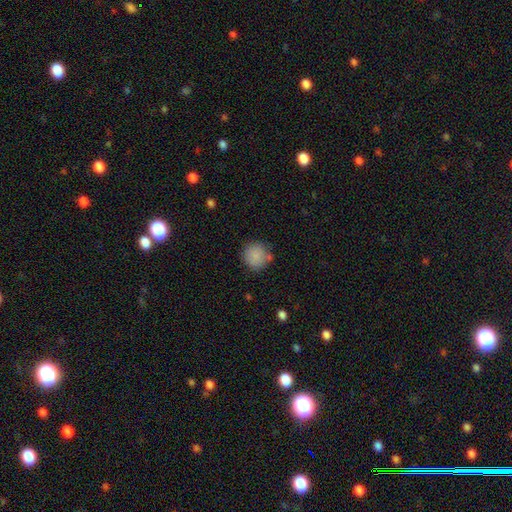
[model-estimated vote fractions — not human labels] Smooth or featured: smooth — 87% (star or artifact — 8%)
How rounded: round — 92% (in between — 7%)
Merging: none — 79% (minor disturbance — 11%)